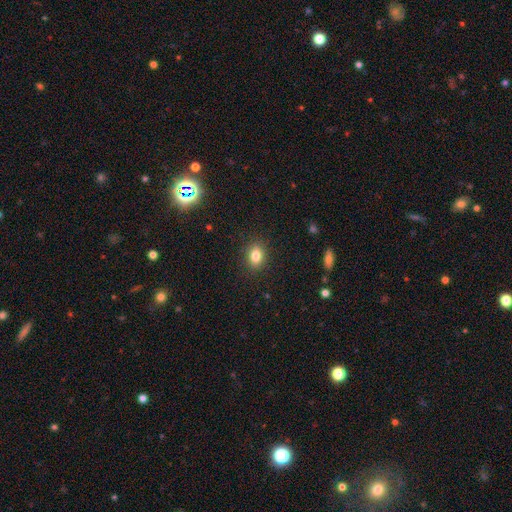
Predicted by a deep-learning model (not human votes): Smooth or featured? smooth (82%)
How rounded? in between (65%)
Merging? none (88%)